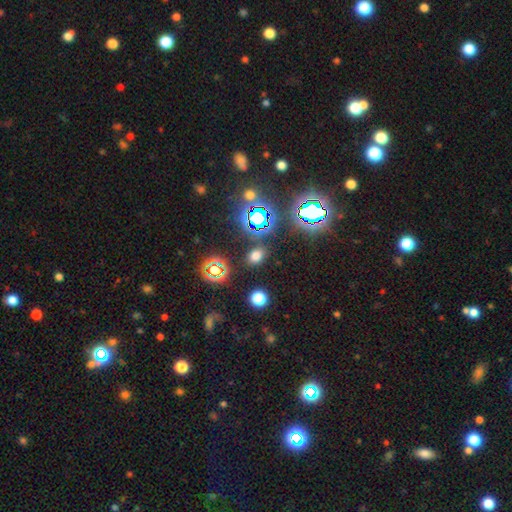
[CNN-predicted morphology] smooth_or_featured: smooth (p=0.64) [alt: star or artifact p=0.29]
how_rounded: in between (p=0.72) [alt: round p=0.26]
merging: none (p=0.85) [alt: minor disturbance p=0.08]